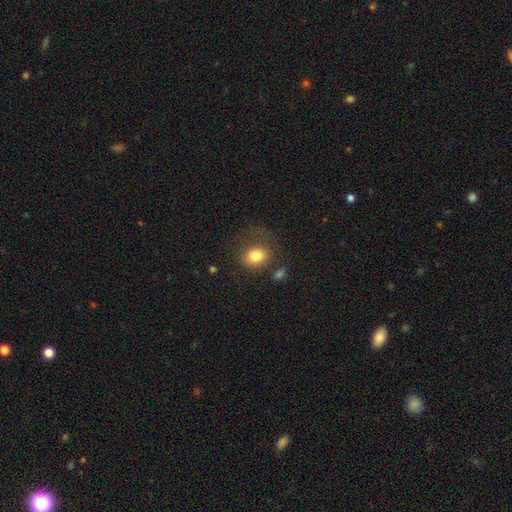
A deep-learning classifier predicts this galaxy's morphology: Q: Smooth or featured?
A: smooth (80%); runner-up: featured or disk (11%)
Q: How rounded?
A: round (55%); runner-up: in between (44%)
Q: Merging?
A: none (56%); runner-up: minor disturbance (20%)